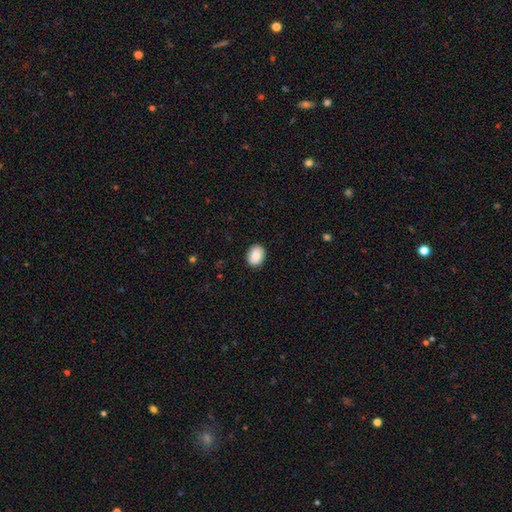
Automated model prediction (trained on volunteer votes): This appears to be a smooth galaxy with no disk features (87%) that is in between round and cigar-shaped (65%). Merging: none (88%).